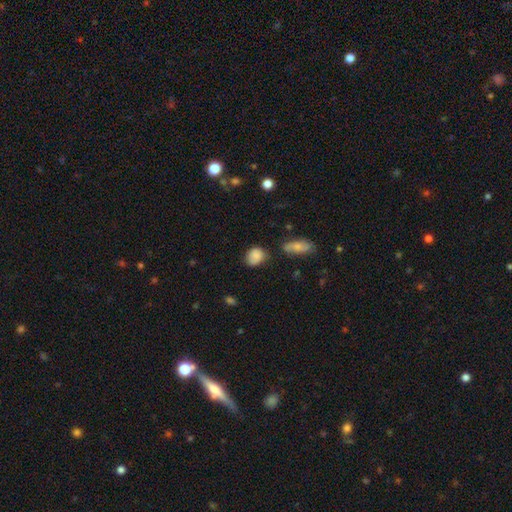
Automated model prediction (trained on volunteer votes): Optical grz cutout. It shows a smooth galaxy with no disk features (83%) that is in between round and cigar-shaped (49%, tied with round). Merging: none (62%).